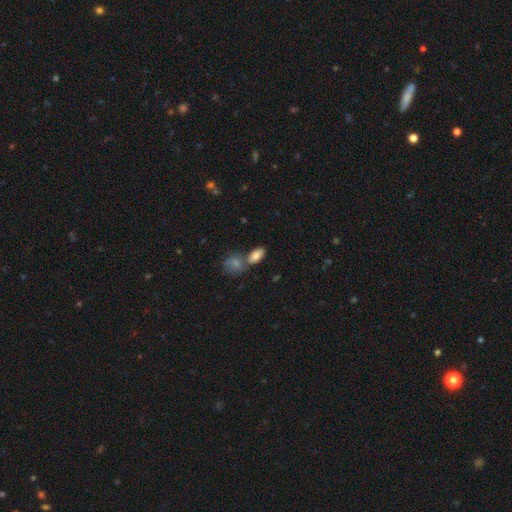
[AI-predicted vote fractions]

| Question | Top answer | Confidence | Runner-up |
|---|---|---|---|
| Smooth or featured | smooth | 83% | featured or disk (9%) |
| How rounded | in between | 89% | cigar-shaped (6%) |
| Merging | none | 50% | merger (35%) |